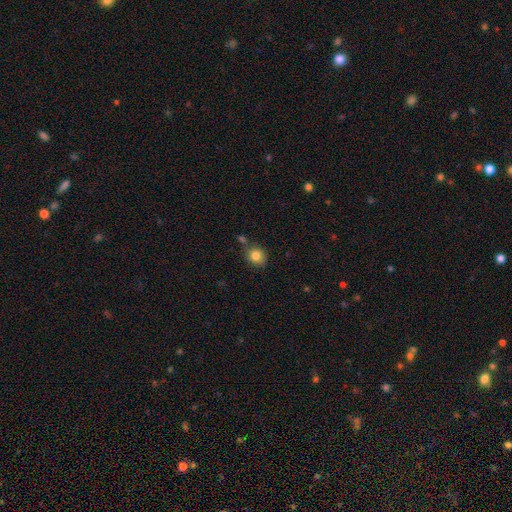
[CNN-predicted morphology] A smooth galaxy with no disk features (82%) that is round (80%). Merging: none (75%).